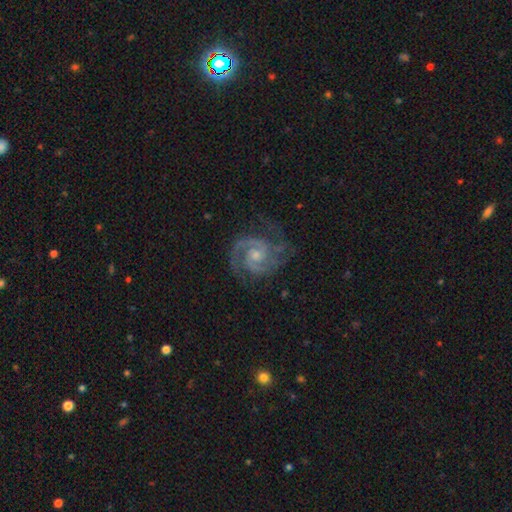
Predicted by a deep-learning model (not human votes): Morphology: type=featured or disk (92%); edge-on=no (98%); bar=no (63%); spiral arms=yes (98%); winding=tight (49%); arm count=2 (74%); bulge=moderate (47%); merging=none (72%).